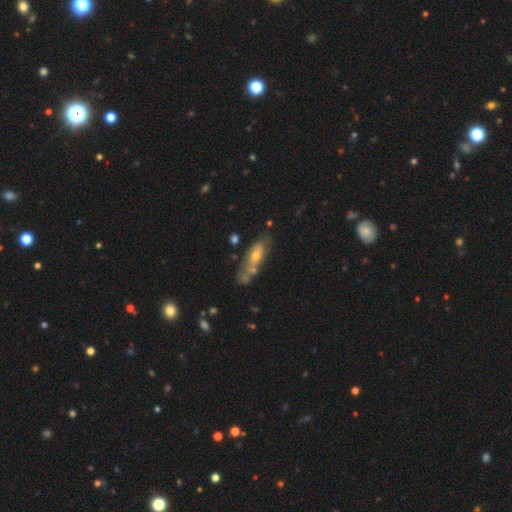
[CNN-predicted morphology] Smooth or featured? featured or disk (49%)
Merging? none (48%)